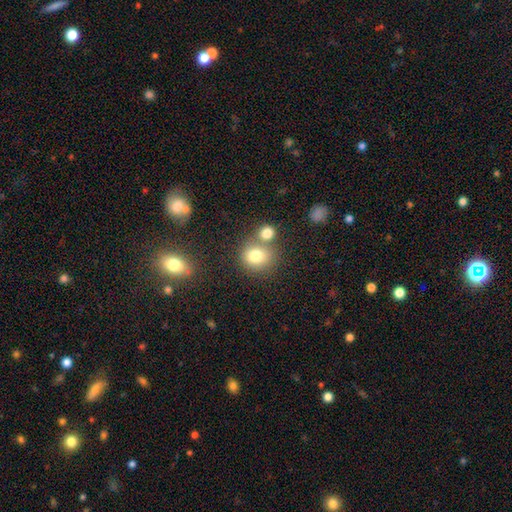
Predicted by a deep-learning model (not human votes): Smooth or featured? smooth (79%)
How rounded? round (80%)
Merging? none (55%)